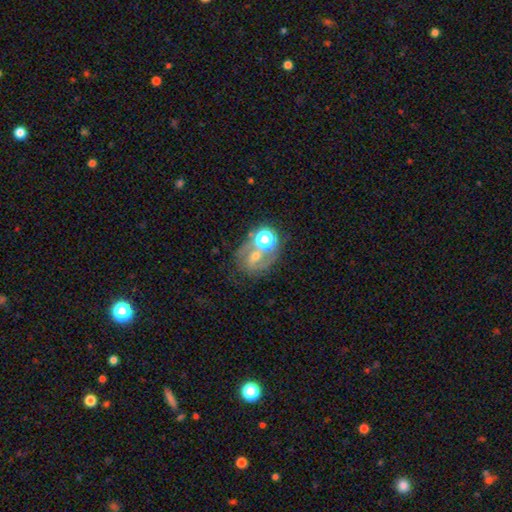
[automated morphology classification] smooth-or-featured: featured or disk: 59% | smooth: 23% | star or artifact: 18%
  disk-edge-on: no: 97% | yes: 3%
    bar: weak: 40% | no: 39% | strong: 21%
    has-spiral-arms: yes: 81% | no: 19%
    bulge-size: moderate: 54% | small: 31% | large: 9% | none: 4% | dominant: 2%
  merging: none: 52% | merger: 25% | minor disturbance: 14% | major disturbance: 10%